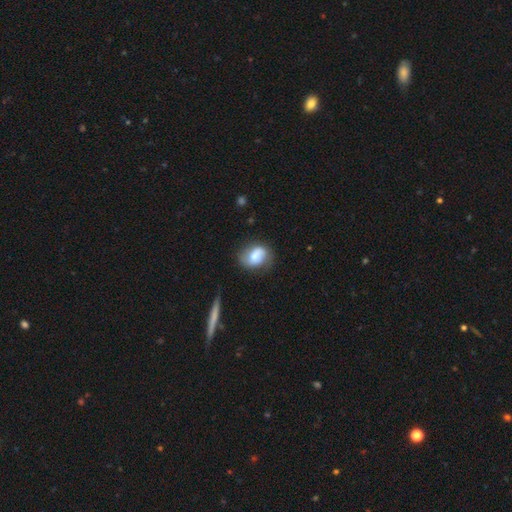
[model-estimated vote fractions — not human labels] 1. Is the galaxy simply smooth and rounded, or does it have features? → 59% smooth, 33% featured or disk, 8% star or artifact.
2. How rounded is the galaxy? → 66% in between, 32% round, 2% cigar-shaped.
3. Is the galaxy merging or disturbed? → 64% none, 24% minor disturbance, 9% major disturbance, 2% merger.